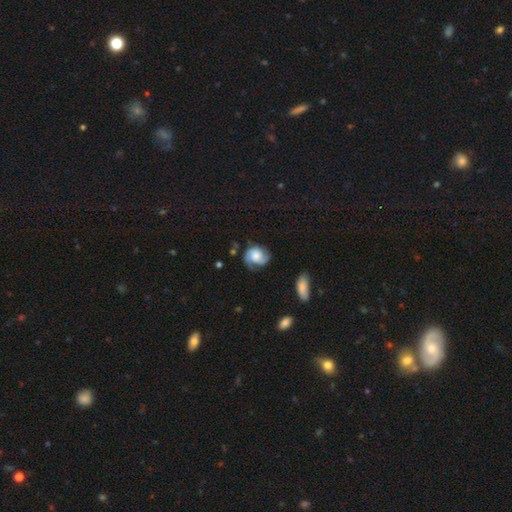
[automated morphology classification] Smooth or featured? Predicted: featured or disk (p=0.58). Edge-on disk? Predicted: no (p=0.97). Bar? Predicted: no (p=0.70). Spiral arms? Predicted: yes (p=0.91). Spiral winding? Predicted: medium (p=0.41). Spiral arm count? Predicted: 2 (p=0.69). Bulge size? Predicted: large (p=0.38). Merging? Predicted: none (p=0.59).